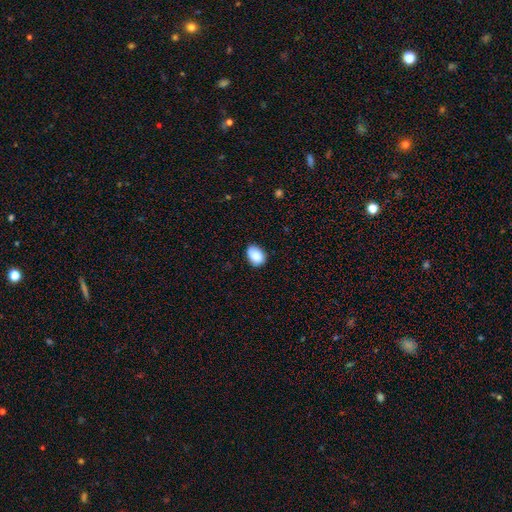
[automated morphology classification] A smooth galaxy with no disk features (87%) that is in between round and cigar-shaped (79%). Merging: none (79%).